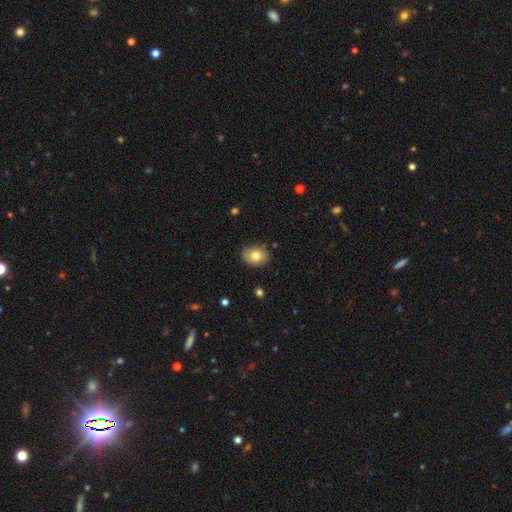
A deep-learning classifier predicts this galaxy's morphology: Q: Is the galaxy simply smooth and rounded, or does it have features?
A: smooth — 76%.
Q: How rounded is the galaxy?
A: in between — 60%.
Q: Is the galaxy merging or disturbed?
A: none — 80%.